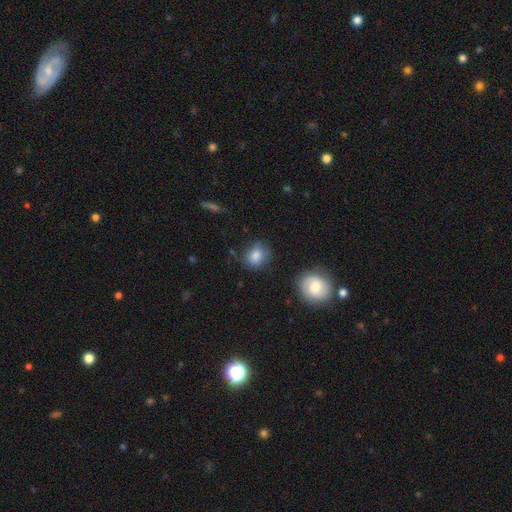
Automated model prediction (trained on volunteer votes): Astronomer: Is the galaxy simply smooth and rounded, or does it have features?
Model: smooth — 81%.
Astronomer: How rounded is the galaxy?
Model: round — 60% (runner-up: in between, 38%).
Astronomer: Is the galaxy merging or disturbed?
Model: none — 72%.